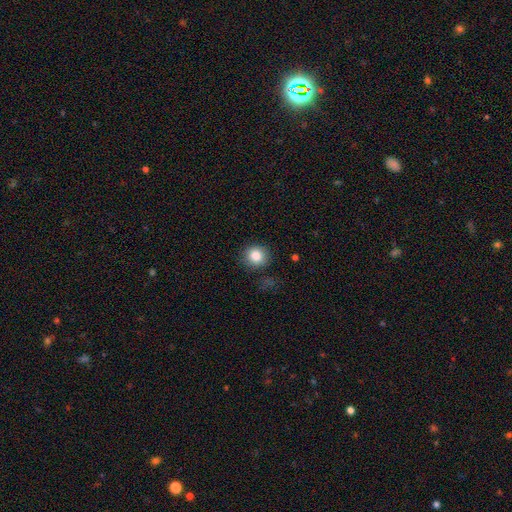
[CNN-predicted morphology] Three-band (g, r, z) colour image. It shows a smooth galaxy with no disk features (85%) that is round (87%). Merging: none (84%).